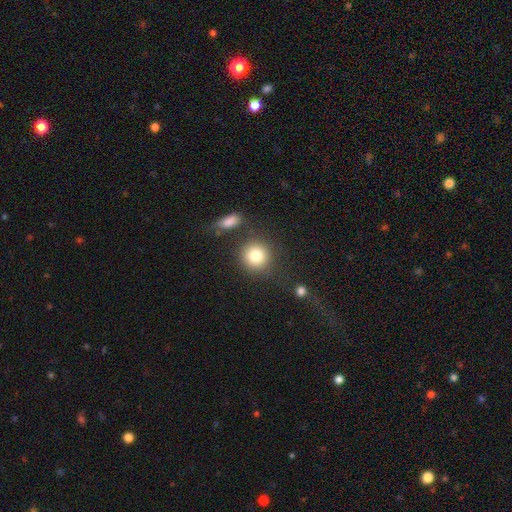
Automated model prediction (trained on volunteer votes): Smooth or featured? Predicted: smooth (p=0.83). How rounded? Predicted: round (p=0.91). Merging? Predicted: none (p=0.77).